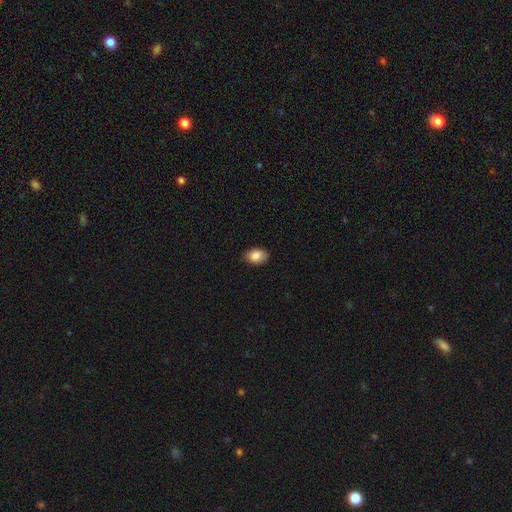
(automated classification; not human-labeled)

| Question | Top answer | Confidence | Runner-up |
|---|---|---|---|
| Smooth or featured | smooth | 86% | star or artifact (7%) |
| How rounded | in between | 86% | round (13%) |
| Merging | none | 85% | minor disturbance (12%) |